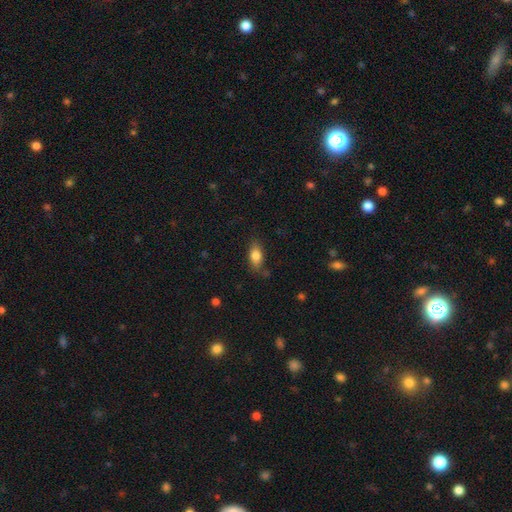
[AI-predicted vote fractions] Smooth or featured?
  - smooth: 80% *
  - featured or disk: 12%
  - star or artifact: 8%
How rounded?
  - in between: 86% *
  - cigar-shaped: 8%
  - round: 6%
Merging?
  - none: 77% *
  - minor disturbance: 17%
  - major disturbance: 4%
  - merger: 3%